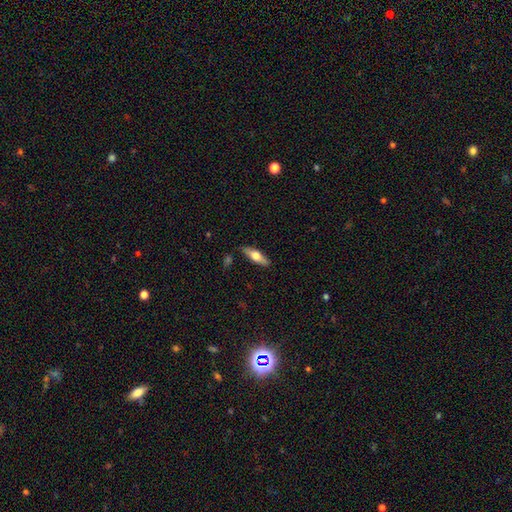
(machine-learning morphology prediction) Smooth or featured? smooth (52%)
How rounded? cigar-shaped (49%)
Merging? none (85%)